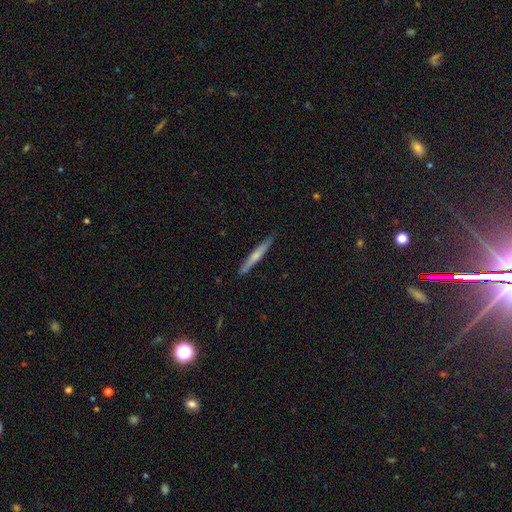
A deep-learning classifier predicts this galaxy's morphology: The model was most divided on "smooth or featured": featured or disk: 49%, smooth: 45%, star or artifact: 5%. More confident: merging — none (90%).